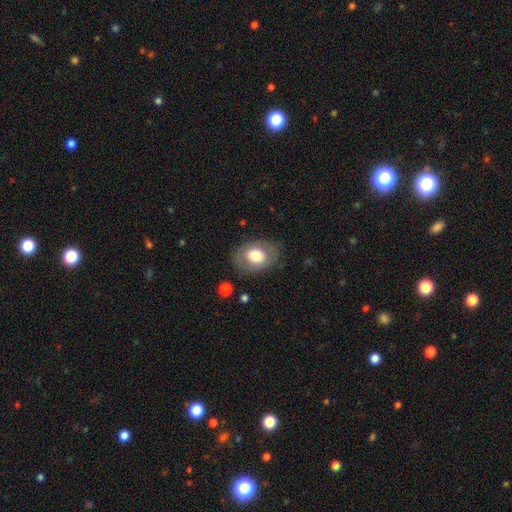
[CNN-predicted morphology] A smooth galaxy with no disk features (66%) that is in between round and cigar-shaped (68%). Merging: none (78%).